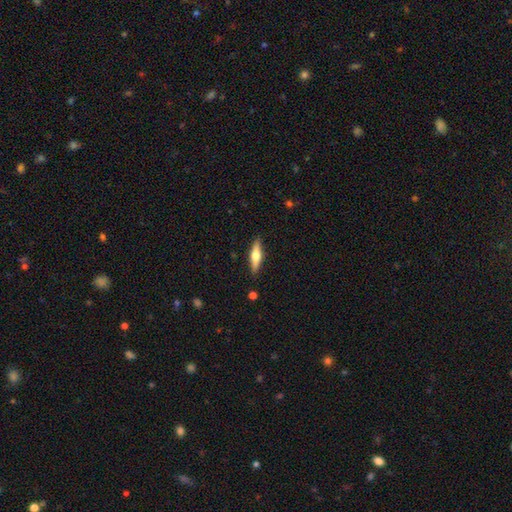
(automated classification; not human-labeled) Smooth or featured: featured or disk — 49% (smooth — 45%)
Merging: none — 88% (minor disturbance — 9%)